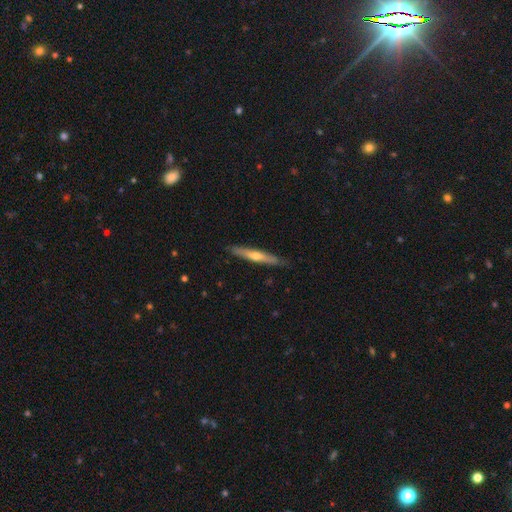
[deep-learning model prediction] Smooth or featured? Predicted: featured or disk (p=0.54). Edge-on disk? Predicted: yes (p=0.93). Merging? Predicted: none (p=0.87).